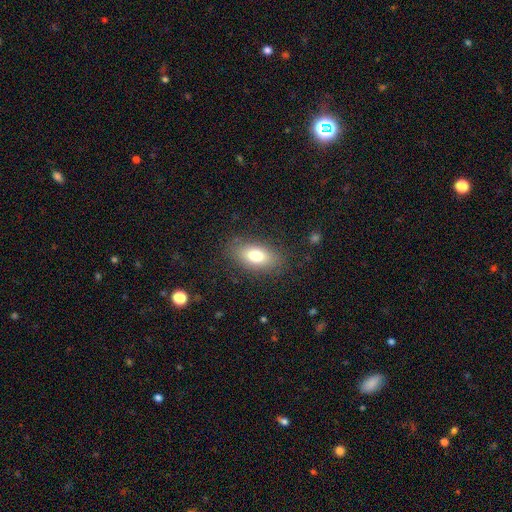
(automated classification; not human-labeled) This is likely a smooth galaxy (76%). How rounded: clearly in between (88%). Merging: clearly none (83%).